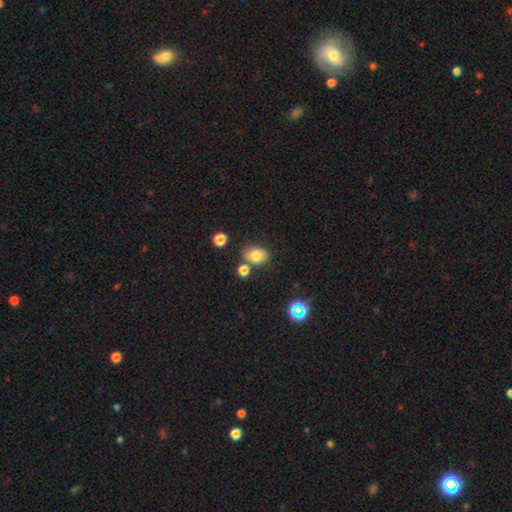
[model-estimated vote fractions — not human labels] smooth_or_featured: smooth (p=0.79) [alt: star or artifact p=0.13]
how_rounded: in between (p=0.62) [alt: round p=0.37]
merging: none (p=0.70) [alt: minor disturbance p=0.13]